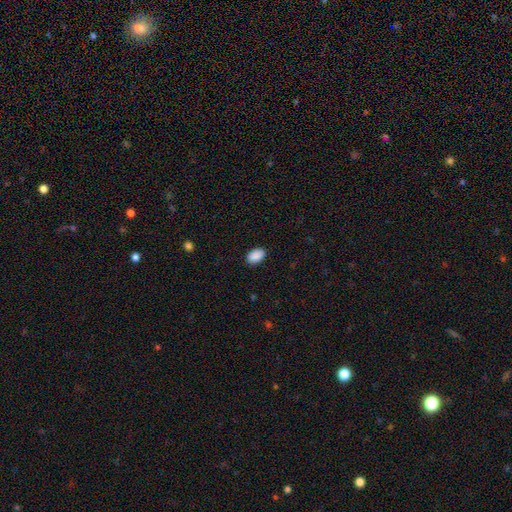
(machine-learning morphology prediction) smooth-or-featured: smooth: 90% | star or artifact: 7% | featured or disk: 2%
  how-rounded: in between: 90% | round: 9% | cigar-shaped: 1%
  merging: none: 89% | minor disturbance: 8% | major disturbance: 2% | merger: 1%